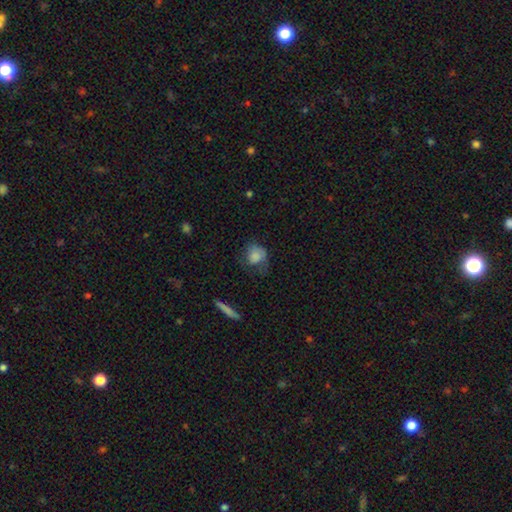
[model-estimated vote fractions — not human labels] smooth_or_featured: smooth (p=0.73) [alt: featured or disk p=0.18]
how_rounded: round (p=0.65) [alt: in between p=0.34]
merging: none (p=0.41) [alt: minor disturbance p=0.29]